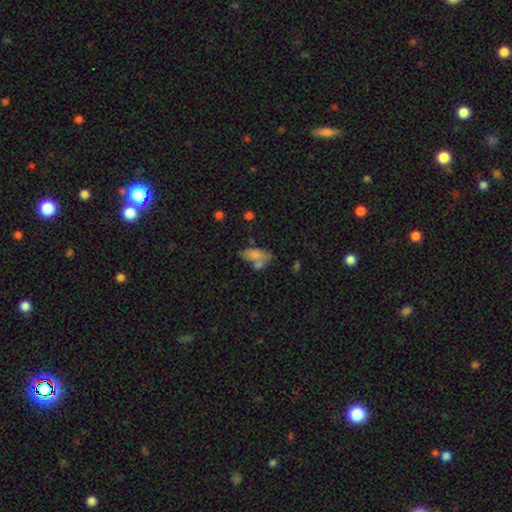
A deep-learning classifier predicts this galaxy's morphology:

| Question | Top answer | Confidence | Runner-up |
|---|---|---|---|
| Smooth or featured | smooth | 72% | featured or disk (19%) |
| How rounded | in between | 86% | cigar-shaped (9%) |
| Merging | none | 37% | tied: merger (37%) |